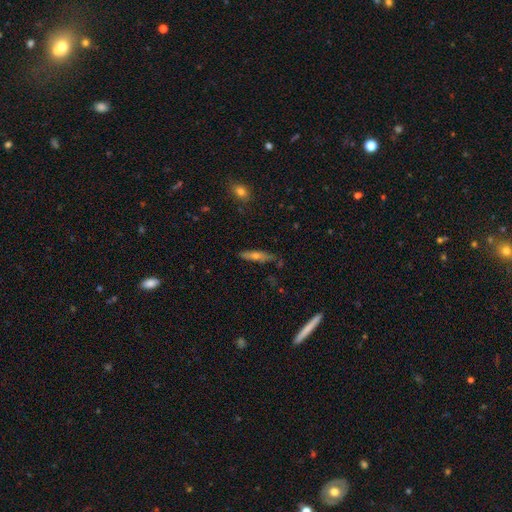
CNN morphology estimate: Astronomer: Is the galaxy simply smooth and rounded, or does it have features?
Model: featured or disk — 45%, tied with smooth at 45%.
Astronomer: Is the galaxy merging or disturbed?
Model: none — 81%.